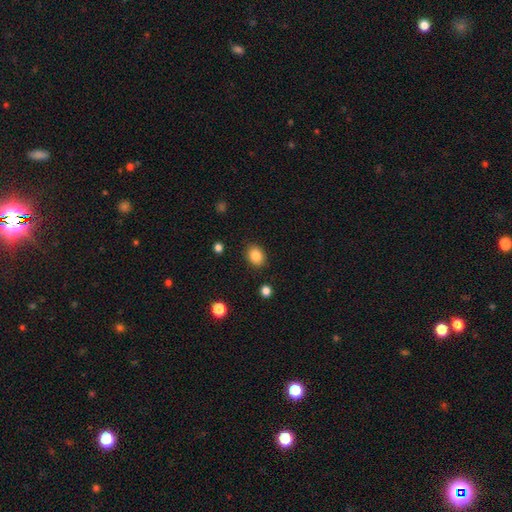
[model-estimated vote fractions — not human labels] Overall: smooth (85%). How rounded: in between (56%; round 43%). Merging: none (88%).